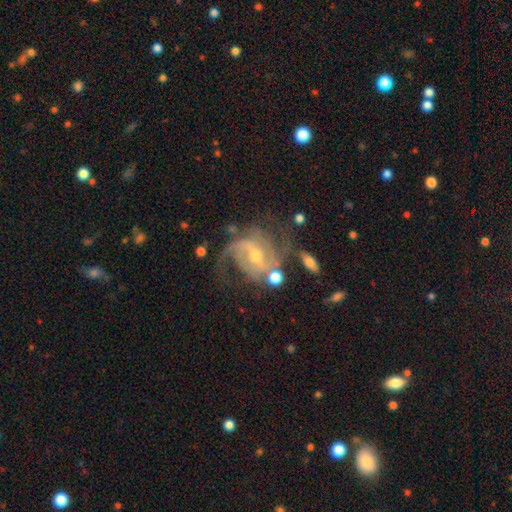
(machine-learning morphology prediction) Smooth or featured? Predicted: featured or disk (p=0.87). Edge-on disk? Predicted: no (p=0.97). Bar? Predicted: weak (p=0.44). Spiral arms? Predicted: yes (p=0.95). Spiral winding? Predicted: medium (p=0.47). Spiral arm count? Predicted: 2 (p=0.53). Bulge size? Predicted: small (p=0.51). Merging? Predicted: none (p=0.52).